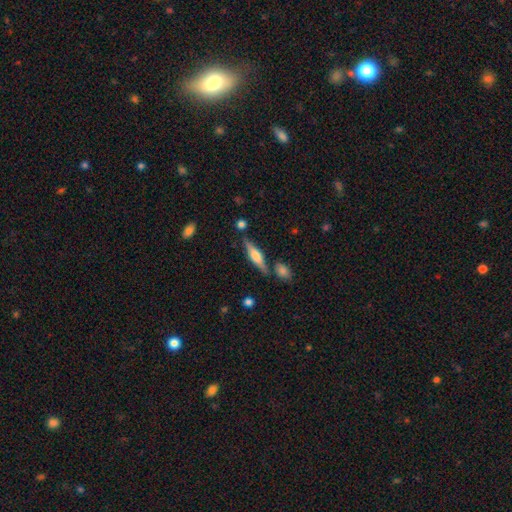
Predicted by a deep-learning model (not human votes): This is possibly a featured or disk galaxy (60%). It is clearly viewed edge-on (95%). Edge-on bulge: likely rounded (77%). Merging: likely none (78%).